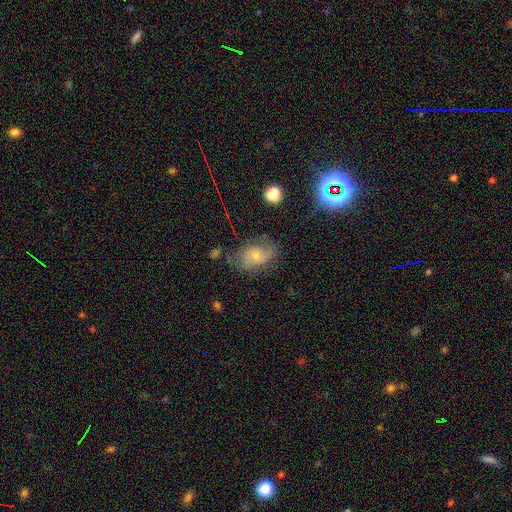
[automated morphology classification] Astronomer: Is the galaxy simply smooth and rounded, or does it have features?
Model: featured or disk — 58%.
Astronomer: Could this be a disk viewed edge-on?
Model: no — 95%.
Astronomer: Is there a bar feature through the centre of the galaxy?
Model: no — 59% (runner-up: weak, 34%).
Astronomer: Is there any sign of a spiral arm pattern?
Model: yes — 86%.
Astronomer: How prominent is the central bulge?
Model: small — 56% (runner-up: moderate, 37%).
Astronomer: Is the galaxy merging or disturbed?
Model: none — 66%.